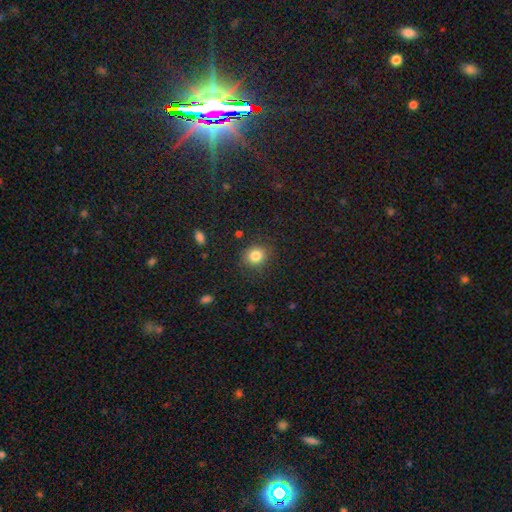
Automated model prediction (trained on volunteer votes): Smooth or featured? Predicted: smooth (p=0.84). How rounded? Predicted: round (p=0.78). Merging? Predicted: none (p=0.85).